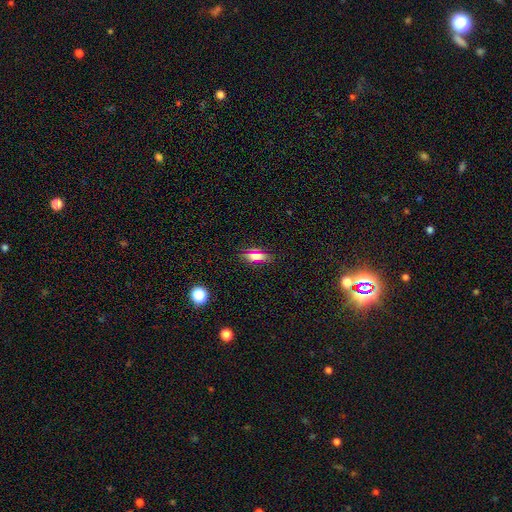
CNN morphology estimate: Smooth or featured? Predicted: smooth (p=0.66). How rounded? Predicted: in between (p=0.71). Merging? Predicted: none (p=0.86).